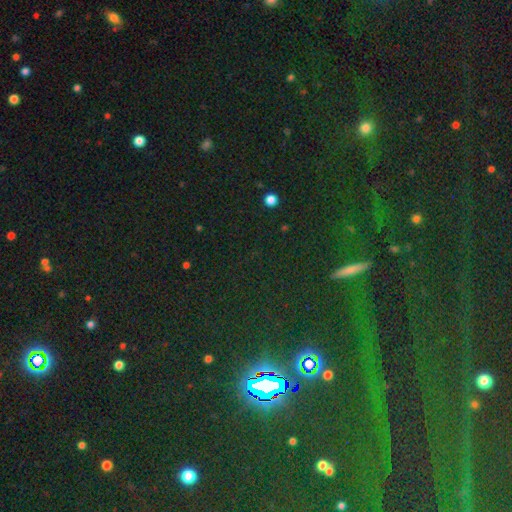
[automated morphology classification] Smooth or featured? Predicted: star or artifact (p=0.80).